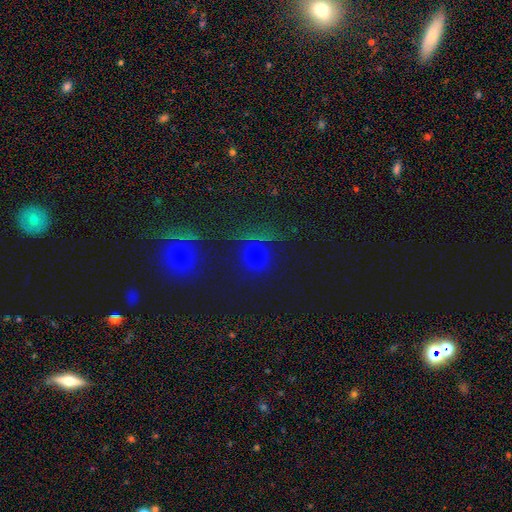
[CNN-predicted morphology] This appears to be a smooth galaxy with no disk features (55%) that is round (90%). Merging: none (81%).